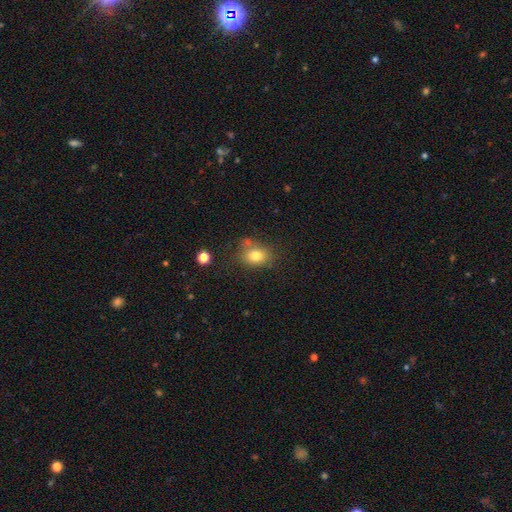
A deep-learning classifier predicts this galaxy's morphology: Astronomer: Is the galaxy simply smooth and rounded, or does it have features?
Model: smooth — 77%.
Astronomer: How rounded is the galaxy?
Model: in between — 59% (runner-up: round, 40%).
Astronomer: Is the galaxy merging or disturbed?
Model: none — 66%.